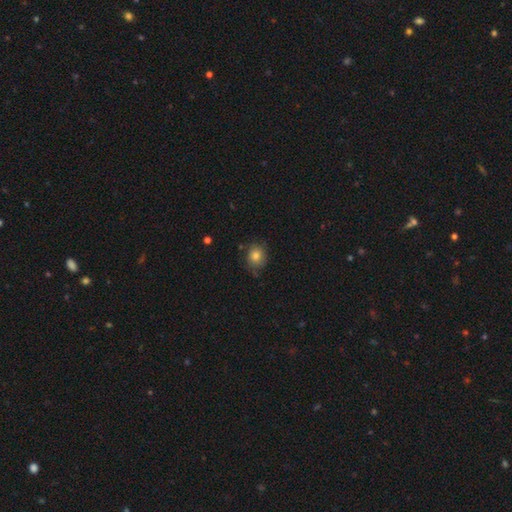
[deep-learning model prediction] This appears to be a smooth galaxy with no disk features (80%) that is round (71%). Merging: none (68%).